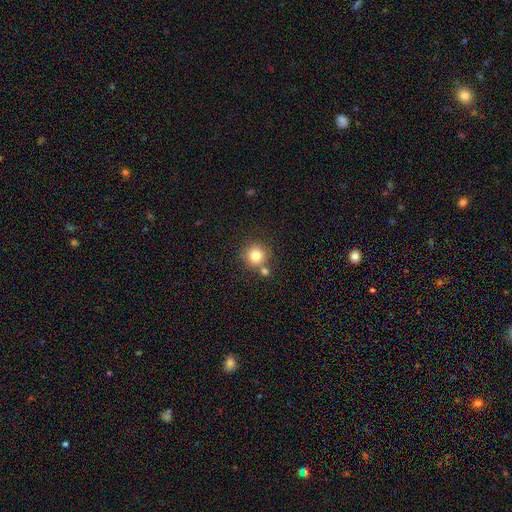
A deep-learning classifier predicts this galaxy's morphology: Smooth or featured: smooth — 80% (star or artifact — 11%)
How rounded: round — 94% (in between — 5%)
Merging: none — 69% (merger — 20%)